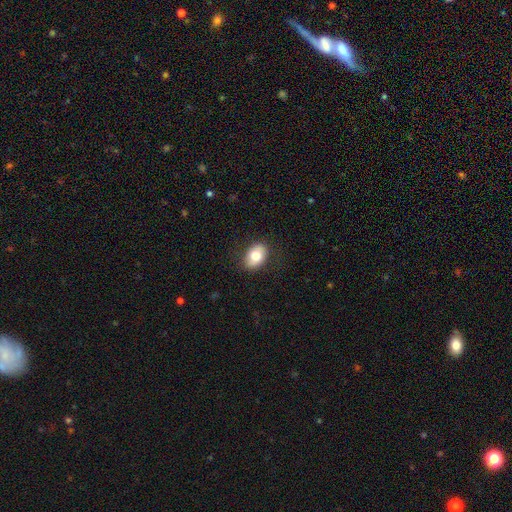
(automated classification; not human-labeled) smooth_or_featured: smooth (p=0.77) [alt: featured or disk p=0.16]
how_rounded: in between (p=0.82) [alt: round p=0.17]
merging: none (p=0.83) [alt: minor disturbance p=0.13]